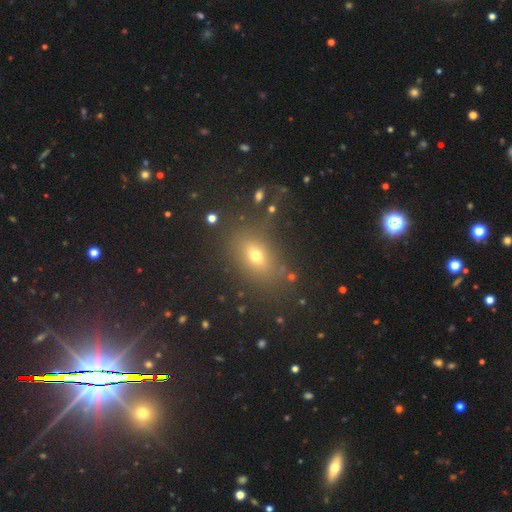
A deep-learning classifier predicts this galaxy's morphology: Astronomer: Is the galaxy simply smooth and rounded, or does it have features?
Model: smooth — 65%.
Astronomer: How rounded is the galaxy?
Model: in between — 70%.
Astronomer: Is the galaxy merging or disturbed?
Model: none — 79%.